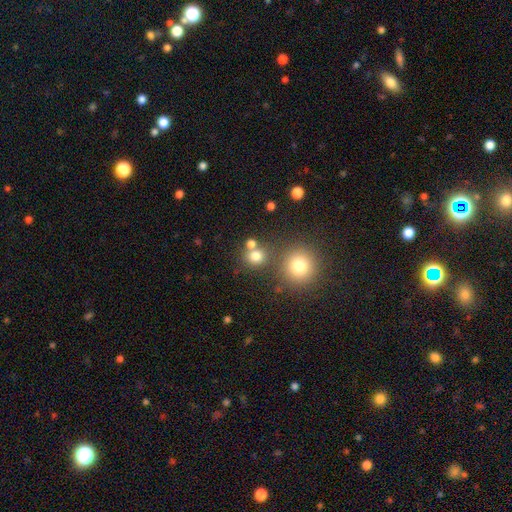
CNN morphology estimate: The model was most divided on "merging": none: 67%, merger: 21%, minor disturbance: 8%, major disturbance: 4%. More confident: how rounded — round (87%); smooth or featured — smooth (76%).